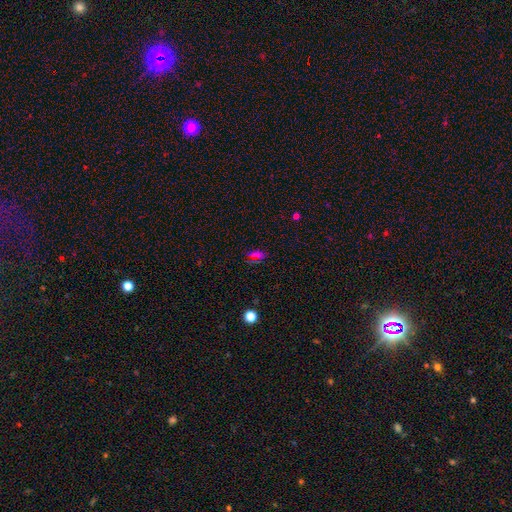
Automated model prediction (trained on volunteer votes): This appears to be a smooth galaxy with no disk features (52%) that is in between round and cigar-shaped (71%). Merging: none (76%).